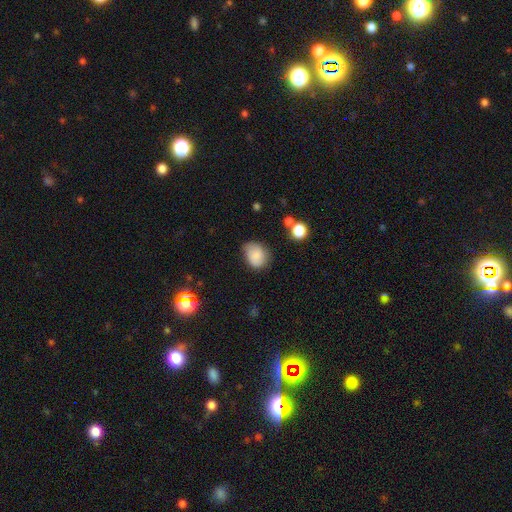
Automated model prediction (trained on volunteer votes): smooth-or-featured: smooth: 82% | star or artifact: 10% | featured or disk: 8%
  how-rounded: in between: 55% | round: 44% | cigar-shaped: 1%
  merging: none: 58% | minor disturbance: 32% | major disturbance: 7% | merger: 3%